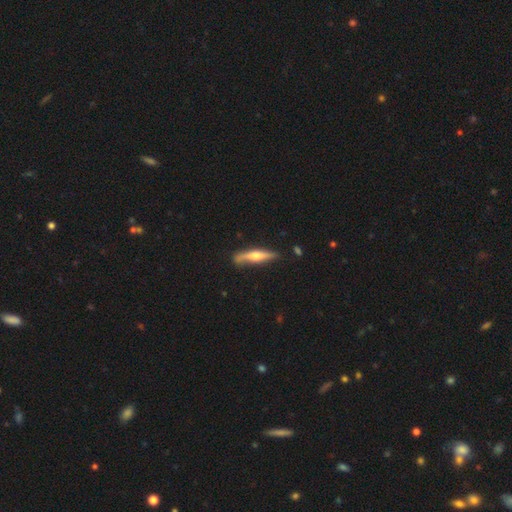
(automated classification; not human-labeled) Q: Smooth or featured?
A: featured or disk (57%); runner-up: smooth (38%)
Q: Edge-on disk?
A: yes (91%); runner-up: no (9%)
Q: Edge-on bulge?
A: rounded (85%); runner-up: boxy (7%)
Q: Merging?
A: none (73%); runner-up: minor disturbance (20%)